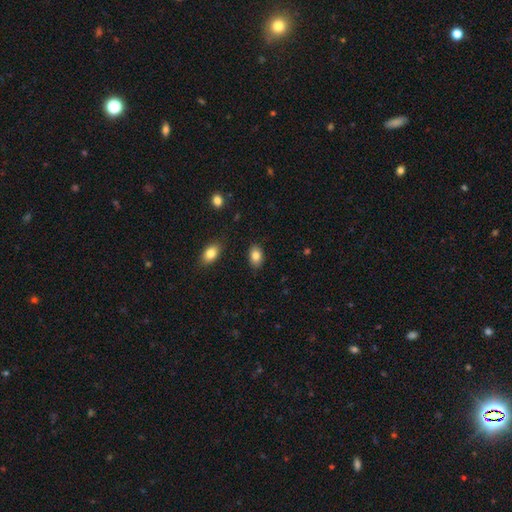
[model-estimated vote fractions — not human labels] Q: Smooth or featured?
A: smooth (84%); runner-up: star or artifact (8%)
Q: How rounded?
A: in between (83%); runner-up: round (16%)
Q: Merging?
A: none (86%); runner-up: minor disturbance (10%)